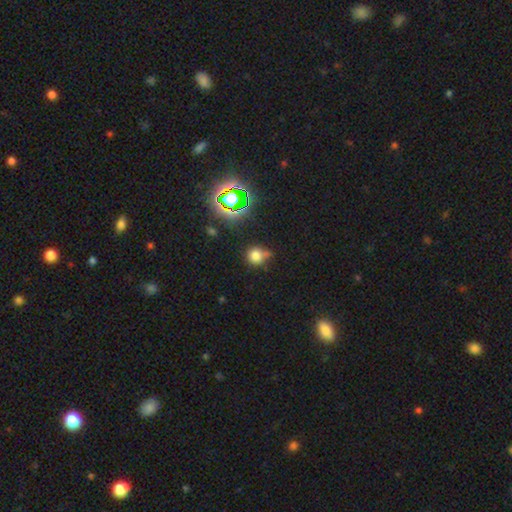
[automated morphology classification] smooth 69%, star or artifact 21%, featured or disk 10%. Down the decision tree: how rounded — round (82%); merging — none (48%).